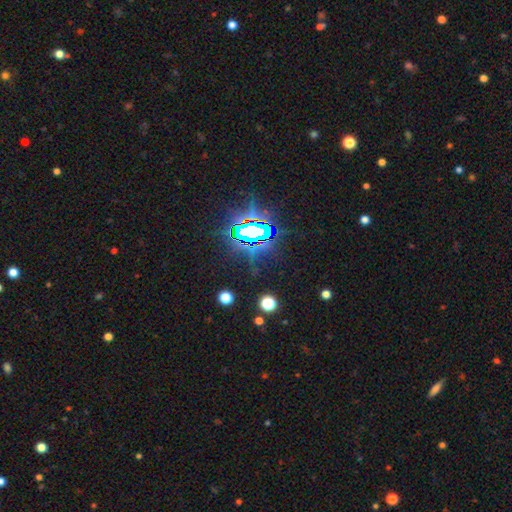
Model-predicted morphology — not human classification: Smooth or featured: star or artifact — 83% (smooth — 9%)